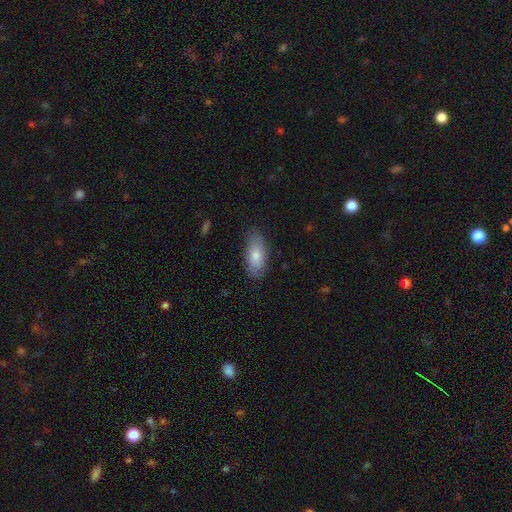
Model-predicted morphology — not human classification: smooth-or-featured: smooth: 74% | featured or disk: 19% | star or artifact: 7%
  how-rounded: in between: 81% | cigar-shaped: 17% | round: 2%
  merging: none: 82% | minor disturbance: 14% | major disturbance: 3% | merger: 1%